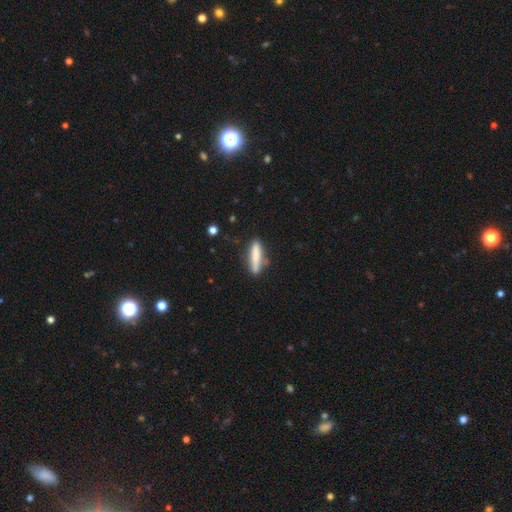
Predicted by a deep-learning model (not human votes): smooth 75%, featured or disk 19%, star or artifact 6%. Down the decision tree: how rounded — cigar-shaped (84%); merging — none (77%).